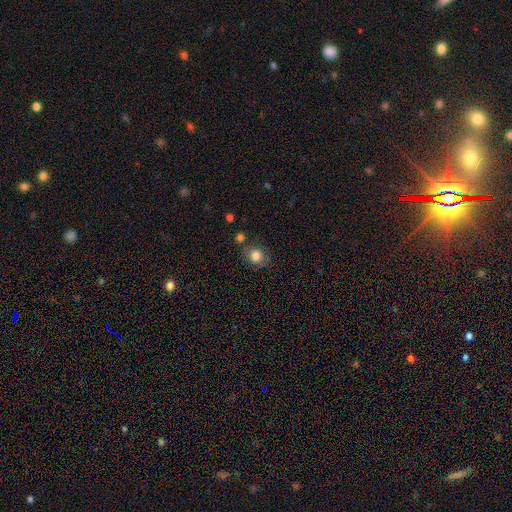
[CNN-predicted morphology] The model was most divided on "how rounded": round: 73%, in between: 26%, cigar-shaped: 1%. More confident: smooth or featured — smooth (80%); merging — none (74%).